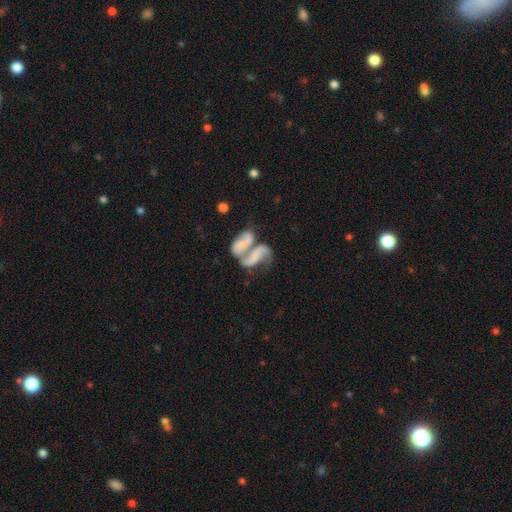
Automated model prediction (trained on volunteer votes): featured or disk 66%, smooth 25%, star or artifact 9%. Down the decision tree: edge-on disk — no (96%); bar — no (56%); spiral arms — yes (76%); bulge size — none (54%); merging — merger (68%).